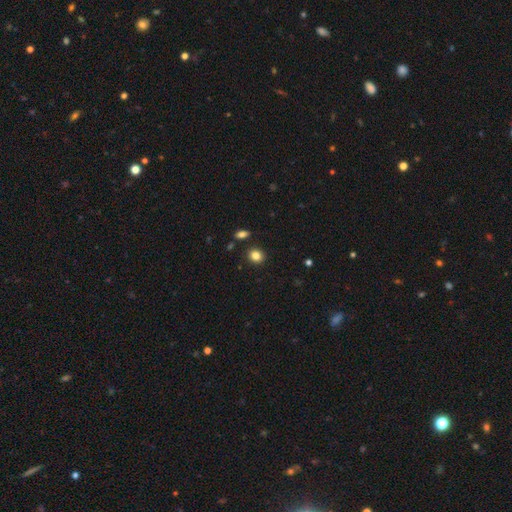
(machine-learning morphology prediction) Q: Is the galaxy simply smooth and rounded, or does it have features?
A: smooth — 84%.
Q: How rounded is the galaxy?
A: round — 71%.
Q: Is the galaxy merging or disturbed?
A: none — 89%.